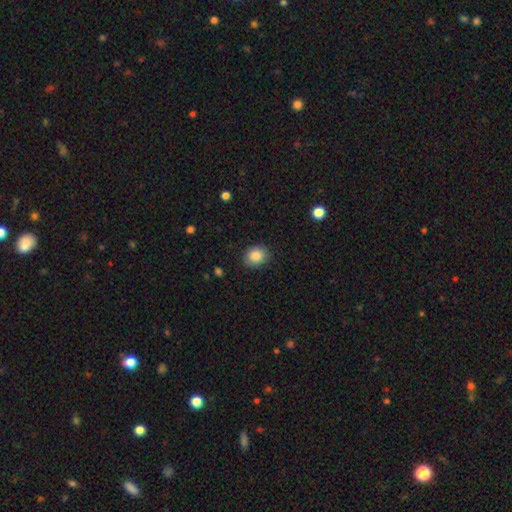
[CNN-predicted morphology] Overall: smooth (86%). How rounded: round (58%; in between 41%). Merging: none (86%).